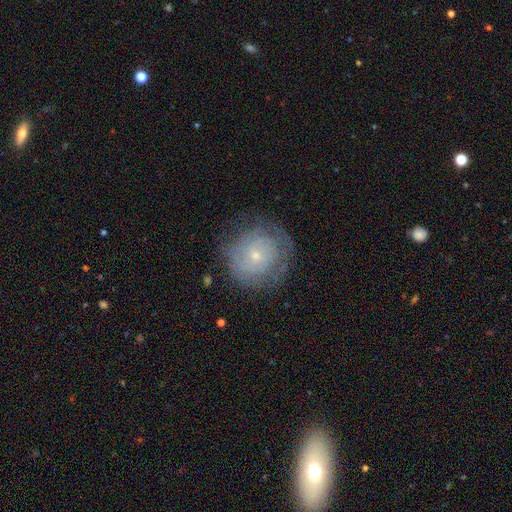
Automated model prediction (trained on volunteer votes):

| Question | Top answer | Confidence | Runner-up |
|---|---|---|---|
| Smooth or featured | featured or disk | 63% | smooth (29%) |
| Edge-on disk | no | 97% | yes (3%) |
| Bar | no | 81% | weak (16%) |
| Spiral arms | yes | 77% | no (23%) |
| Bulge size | small | 77% | moderate (19%) |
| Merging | none | 73% | minor disturbance (17%) |